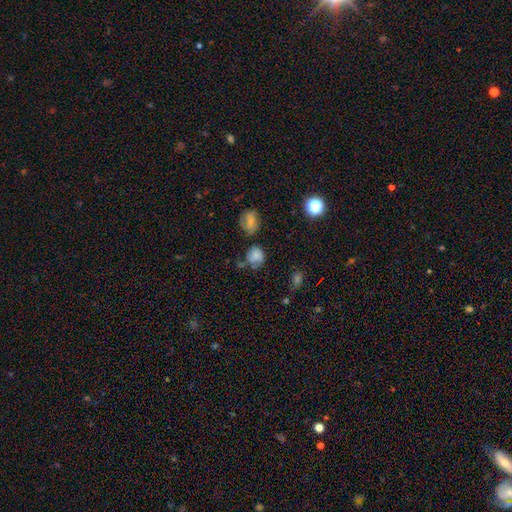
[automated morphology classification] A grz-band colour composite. It shows a smooth galaxy with no disk features (72%) that is round (75%). Merging: none (53%).